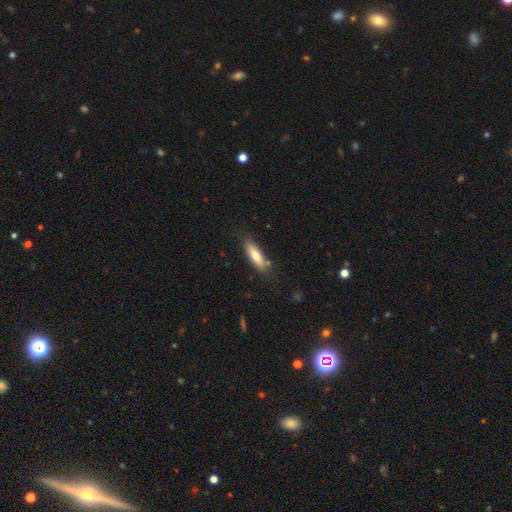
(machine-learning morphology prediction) This is likely a smooth galaxy (74%). How rounded: likely cigar-shaped (61%). Merging: likely none (80%).